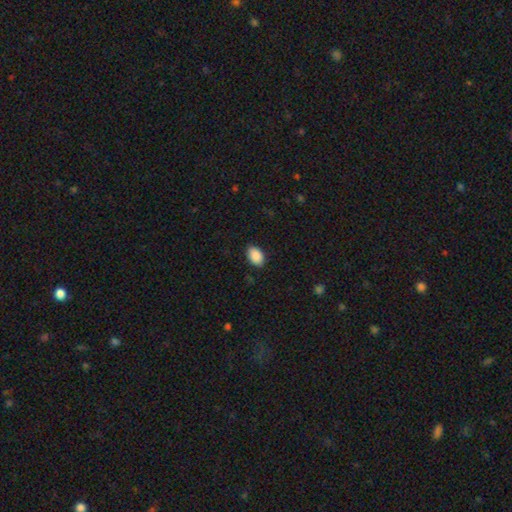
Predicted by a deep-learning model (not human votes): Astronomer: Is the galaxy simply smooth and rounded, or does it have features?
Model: smooth — 90%.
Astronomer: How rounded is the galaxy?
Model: in between — 89%.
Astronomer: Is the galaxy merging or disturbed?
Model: none — 87%.